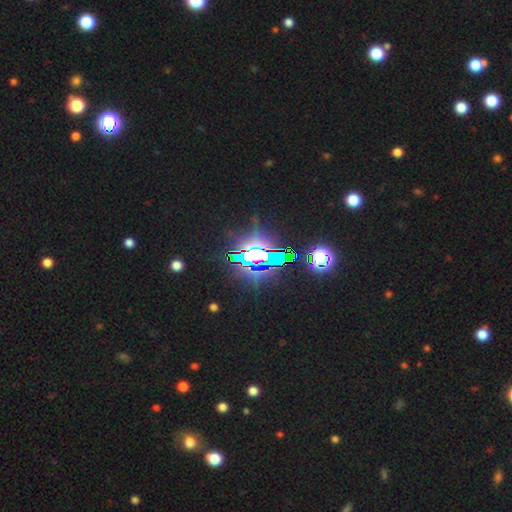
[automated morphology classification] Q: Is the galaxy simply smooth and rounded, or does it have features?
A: star or artifact — 77%.